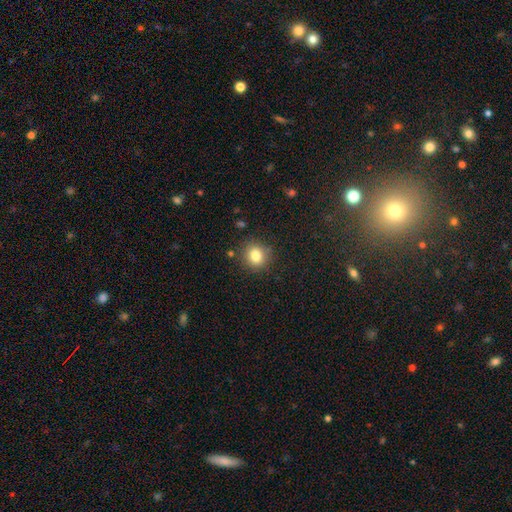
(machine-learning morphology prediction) Overall: smooth (82%). How rounded: round (83%). Merging: none (86%).